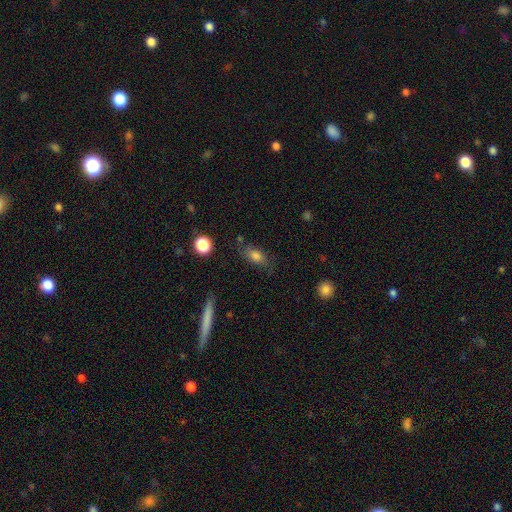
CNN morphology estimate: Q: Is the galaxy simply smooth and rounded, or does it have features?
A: smooth — 74%.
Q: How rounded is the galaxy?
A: in between — 78%.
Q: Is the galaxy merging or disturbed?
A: none — 69%.